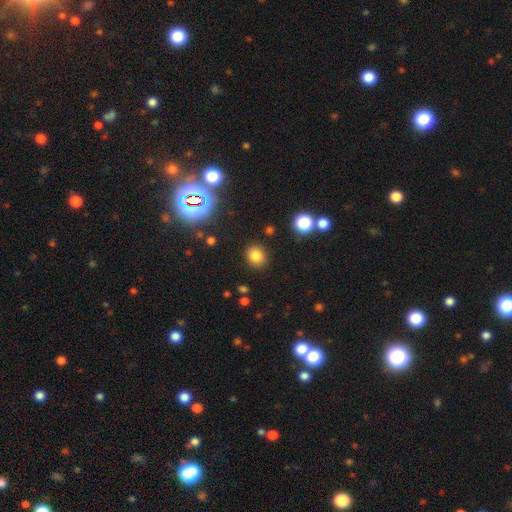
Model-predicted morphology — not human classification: smooth_or_featured: smooth (p=0.80) [alt: star or artifact p=0.14]
how_rounded: round (p=0.76) [alt: in between p=0.23]
merging: none (p=0.87) [alt: minor disturbance p=0.08]